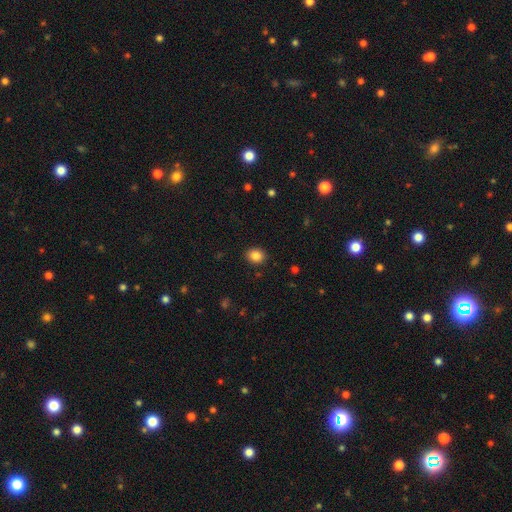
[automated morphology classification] smooth-or-featured: smooth: 86% | star or artifact: 10% | featured or disk: 5%
  how-rounded: round: 58% | in between: 41% | cigar-shaped: 1%
  merging: none: 90% | minor disturbance: 7% | major disturbance: 2% | merger: 1%